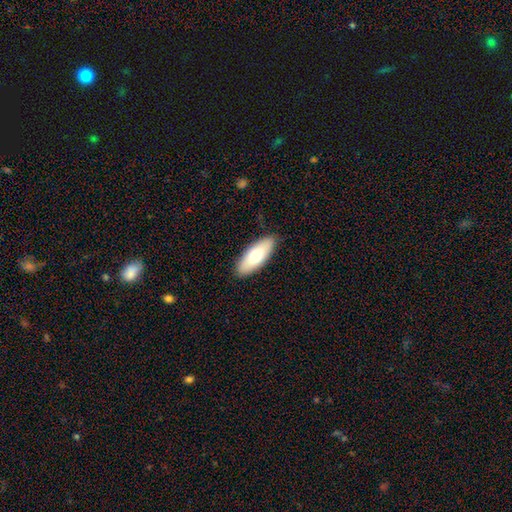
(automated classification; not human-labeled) Overall: smooth (73%). How rounded: in between (75%). Merging: none (88%).